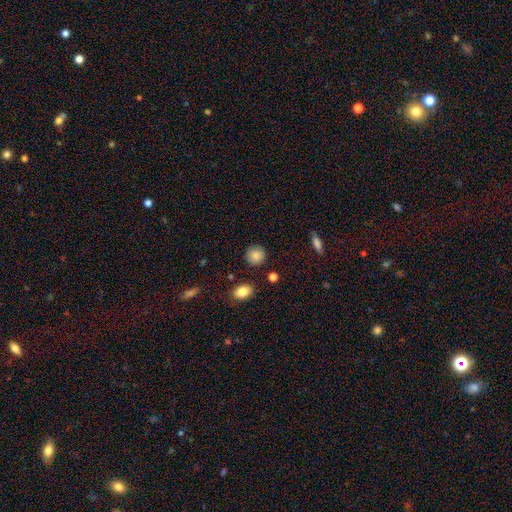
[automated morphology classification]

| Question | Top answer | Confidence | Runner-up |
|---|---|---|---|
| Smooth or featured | smooth | 84% | star or artifact (9%) |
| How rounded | round | 90% | in between (9%) |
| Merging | none | 87% | minor disturbance (8%) |